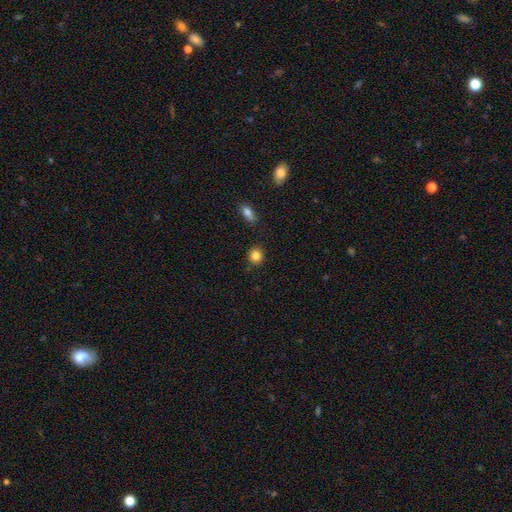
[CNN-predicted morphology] A smooth galaxy with no disk features (84%) that is round (86%).

Vote fractions:
- Smooth or featured? smooth: 84% / star or artifact: 10% / featured or disk: 5%
- How rounded? round: 86% / in between: 13% / cigar-shaped: 1%
- Merging? none: 87% / minor disturbance: 8% / merger: 2% / major disturbance: 2%